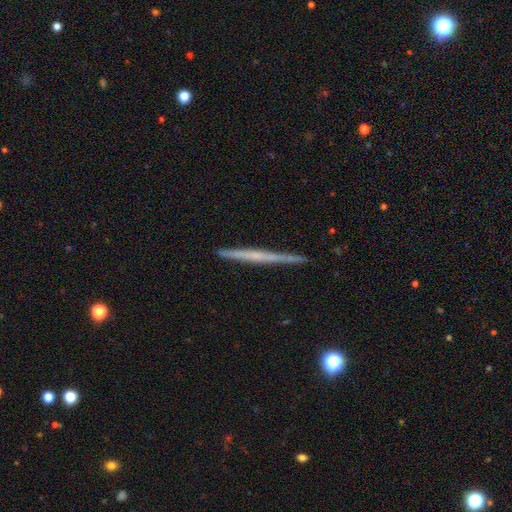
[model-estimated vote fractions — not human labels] Overall: featured or disk (62%; smooth 32%). Edge-on disk: yes (98%). Edge-on bulge: none (76%). Merging: none (90%).